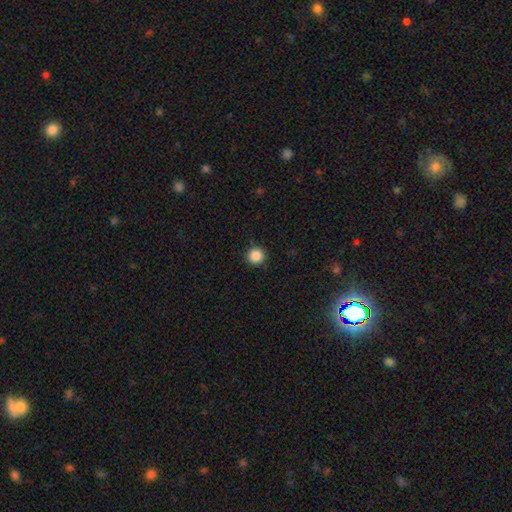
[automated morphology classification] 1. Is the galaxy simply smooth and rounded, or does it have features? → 87% smooth, 10% star or artifact, 3% featured or disk.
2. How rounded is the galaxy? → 95% round, 4% in between, 1% cigar-shaped.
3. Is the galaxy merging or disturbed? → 91% none, 6% minor disturbance, 2% major disturbance, 1% merger.